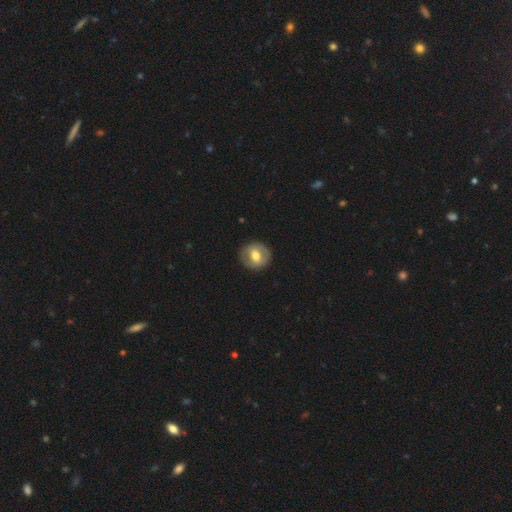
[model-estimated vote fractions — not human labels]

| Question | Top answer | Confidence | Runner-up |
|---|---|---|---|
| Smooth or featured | smooth | 50% | featured or disk (44%) |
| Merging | none | 87% | minor disturbance (9%) |